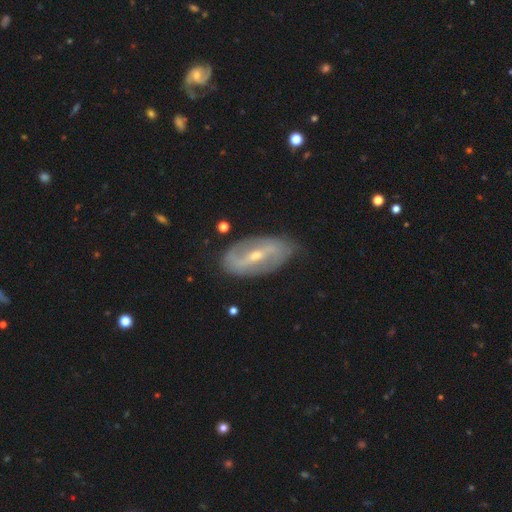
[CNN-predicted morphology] A featured or disk galaxy (79%) with a strong bar (55%), 2 (80%) loose (39%) spiral arms (74%) and a small central bulge (52%). Merging: none (73%).